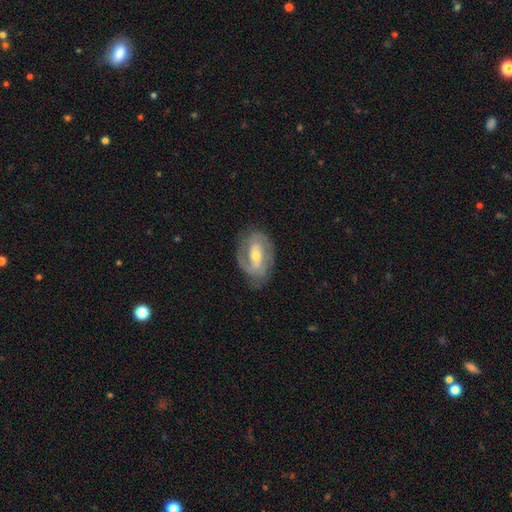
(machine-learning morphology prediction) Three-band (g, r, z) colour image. It shows a featured or disk galaxy (83%) with a weak bar (43%), 2 (75%) medium (45%) spiral arms (92%) and a moderate central bulge (54%). Merging: none (75%).